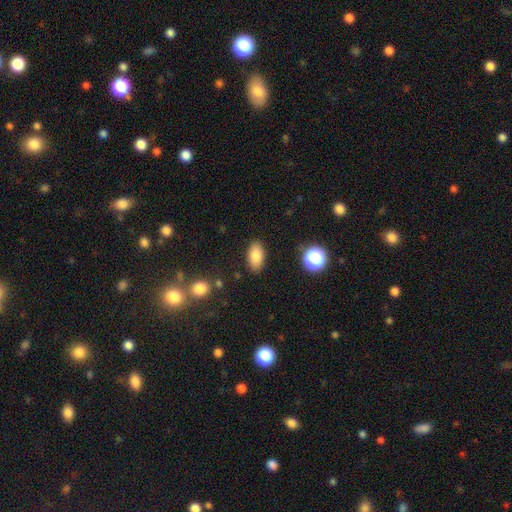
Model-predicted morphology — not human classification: Q: Smooth or featured?
A: smooth (84%); runner-up: star or artifact (9%)
Q: How rounded?
A: in between (91%); runner-up: round (5%)
Q: Merging?
A: none (86%); runner-up: minor disturbance (9%)